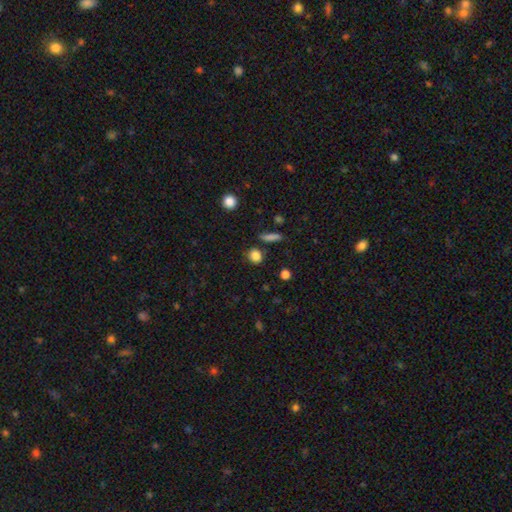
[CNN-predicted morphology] smooth-or-featured: smooth: 85% | star or artifact: 11% | featured or disk: 5%
  how-rounded: round: 68% | in between: 29% | cigar-shaped: 3%
  merging: none: 82% | minor disturbance: 10% | merger: 4% | major disturbance: 3%